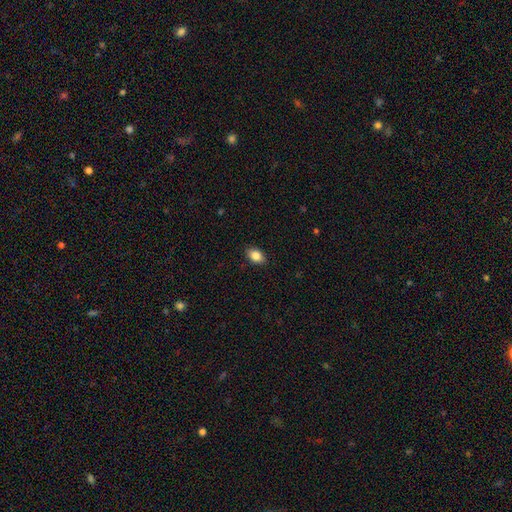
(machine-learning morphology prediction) This appears to be a smooth galaxy with no disk features (86%) that is in between round and cigar-shaped (84%). Merging: none (87%).